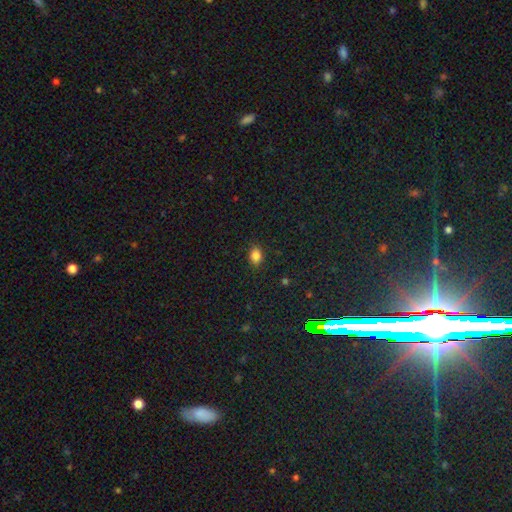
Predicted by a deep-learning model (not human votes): smooth_or_featured: smooth (p=0.84) [alt: star or artifact p=0.11]
how_rounded: in between (p=0.70) [alt: round p=0.29]
merging: none (p=0.87) [alt: minor disturbance p=0.10]